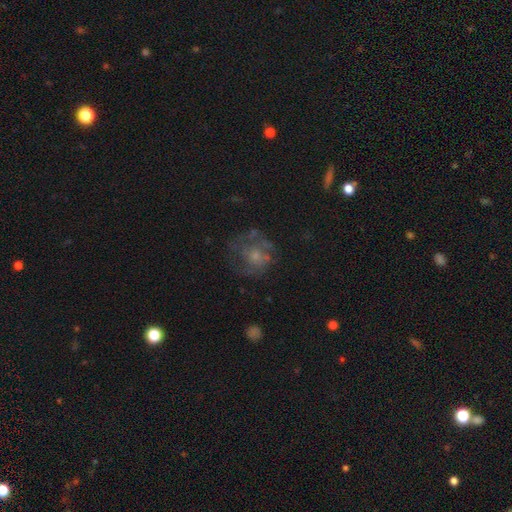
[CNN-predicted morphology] Q: Smooth or featured?
A: featured or disk (50%); runner-up: smooth (37%)
Q: Edge-on disk?
A: no (98%); runner-up: yes (2%)
Q: Merging?
A: none (50%); runner-up: major disturbance (27%)